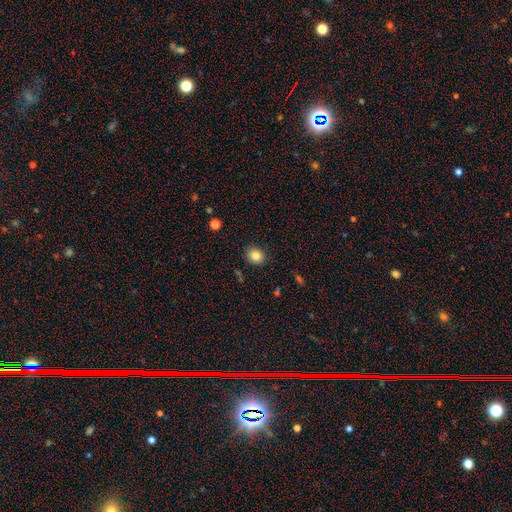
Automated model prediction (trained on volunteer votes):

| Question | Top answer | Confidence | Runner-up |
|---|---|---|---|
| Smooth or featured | smooth | 82% | star or artifact (10%) |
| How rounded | round | 66% | in between (33%) |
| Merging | none | 88% | minor disturbance (9%) |